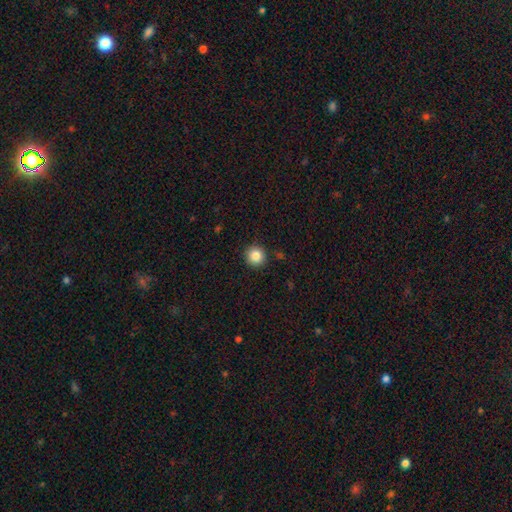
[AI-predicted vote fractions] The model was most divided on "smooth or featured": smooth: 86%, star or artifact: 10%, featured or disk: 5%. More confident: how rounded — round (94%); merging — none (90%).